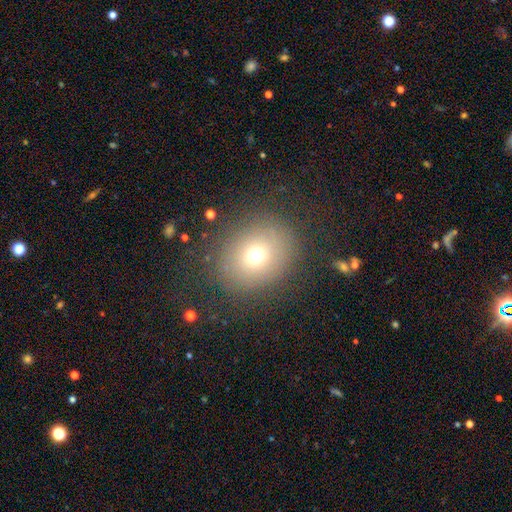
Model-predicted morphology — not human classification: A smooth galaxy with no disk features (69%) that is round (69%).

Vote fractions:
- Smooth or featured? smooth: 69% / star or artifact: 16% / featured or disk: 15%
- How rounded? round: 69% / in between: 30% / cigar-shaped: 1%
- Merging? none: 81% / minor disturbance: 11% / major disturbance: 6% / merger: 2%